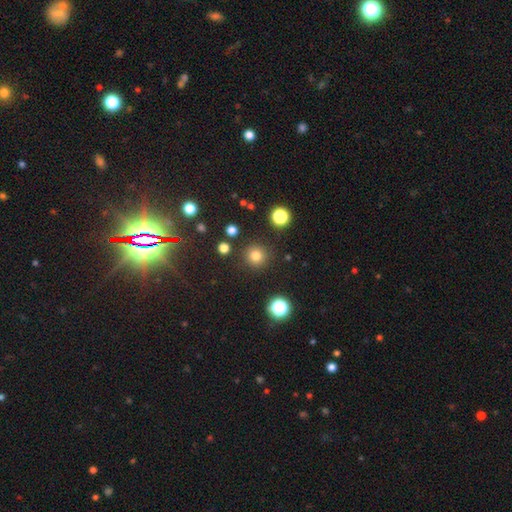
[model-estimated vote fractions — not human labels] Overall: smooth (79%). How rounded: round (95%). Merging: none (89%).